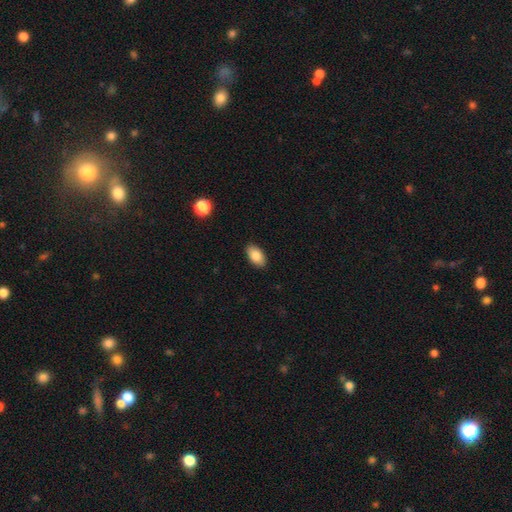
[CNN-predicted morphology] A smooth galaxy with no disk features (85%) that is in between round and cigar-shaped (94%).

Vote fractions:
- Smooth or featured? smooth: 85% / featured or disk: 8% / star or artifact: 7%
- How rounded? in between: 94% / round: 4% / cigar-shaped: 2%
- Merging? none: 89% / minor disturbance: 8% / major disturbance: 2% / merger: 1%